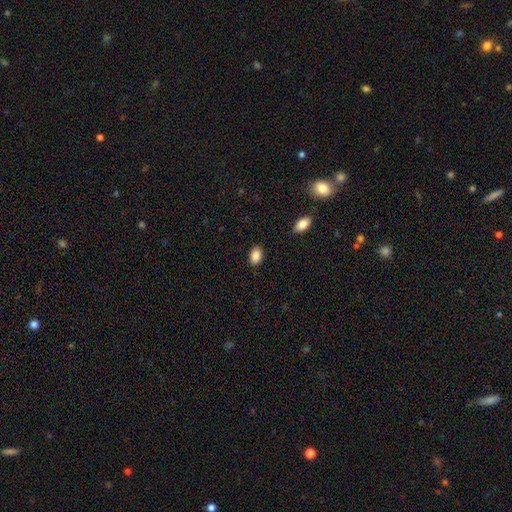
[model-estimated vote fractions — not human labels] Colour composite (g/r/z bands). It shows a smooth galaxy with no disk features (87%) that is in between round and cigar-shaped (86%). Merging: none (88%).